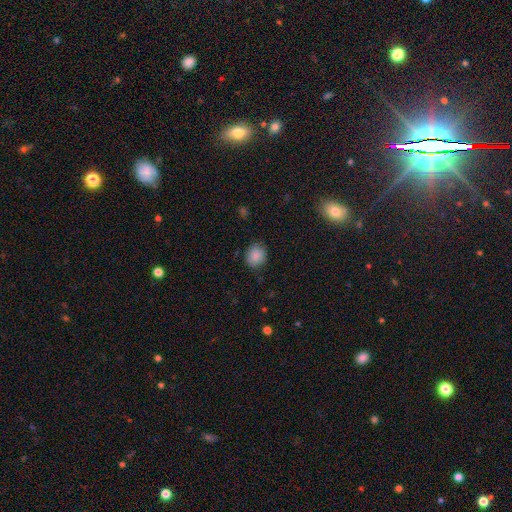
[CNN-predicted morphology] type=smooth (87%); roundness=round (72%); merging=none (82%).